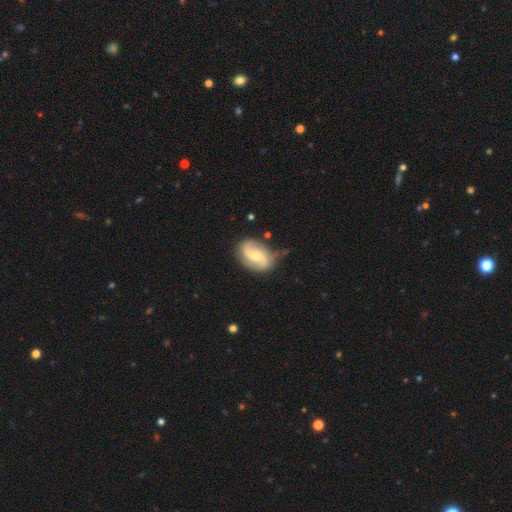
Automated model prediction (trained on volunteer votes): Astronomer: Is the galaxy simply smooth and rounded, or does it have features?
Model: featured or disk — 76%.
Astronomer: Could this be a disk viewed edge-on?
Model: no — 97%.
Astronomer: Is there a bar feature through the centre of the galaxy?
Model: no — 50% (runner-up: weak, 38%).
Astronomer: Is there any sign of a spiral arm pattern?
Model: yes — 94%.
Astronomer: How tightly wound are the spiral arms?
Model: loose — 49% (runner-up: medium, 36%).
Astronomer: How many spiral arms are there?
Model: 2 — 90%.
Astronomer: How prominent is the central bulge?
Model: small — 52% (runner-up: moderate, 43%).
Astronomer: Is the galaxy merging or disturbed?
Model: none — 70%.